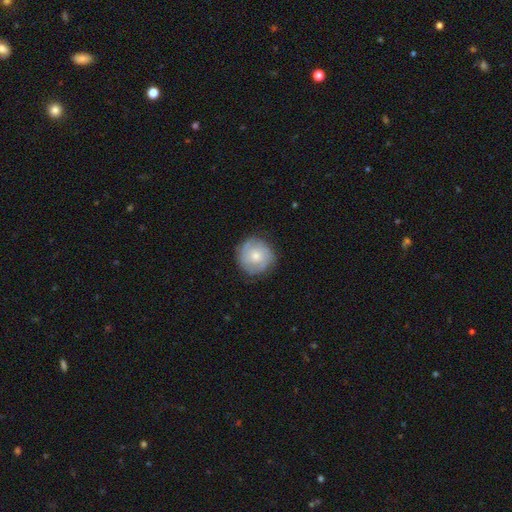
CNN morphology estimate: Q: Smooth or featured?
A: smooth (50%); runner-up: featured or disk (44%)
Q: Merging?
A: none (81%); runner-up: minor disturbance (14%)